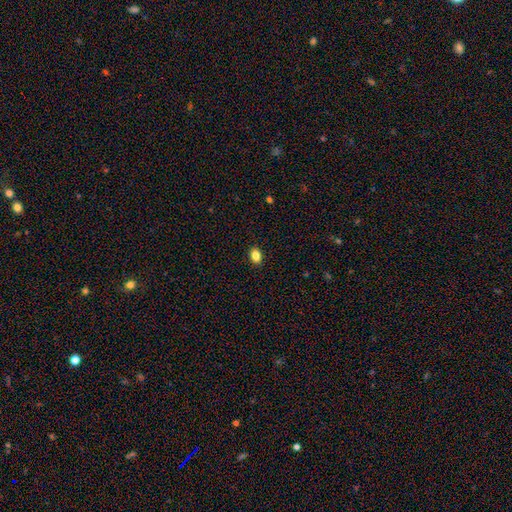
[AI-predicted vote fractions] The model was most divided on "how rounded": in between: 76%, round: 23%, cigar-shaped: 1%. More confident: merging — none (90%); smooth or featured — smooth (85%).